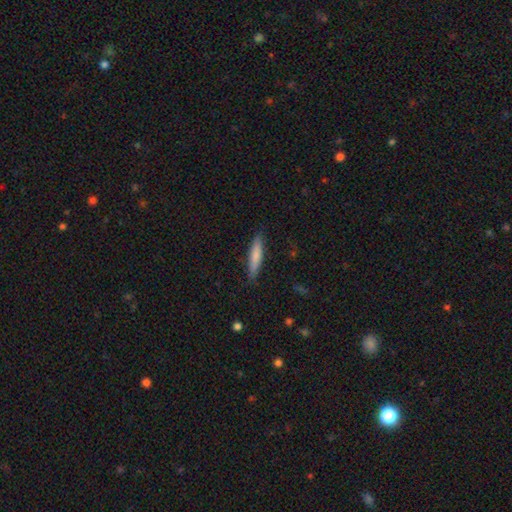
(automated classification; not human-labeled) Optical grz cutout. It shows a smooth galaxy with no disk features (75%) that is cigar-shaped (88%). Merging: none (85%).